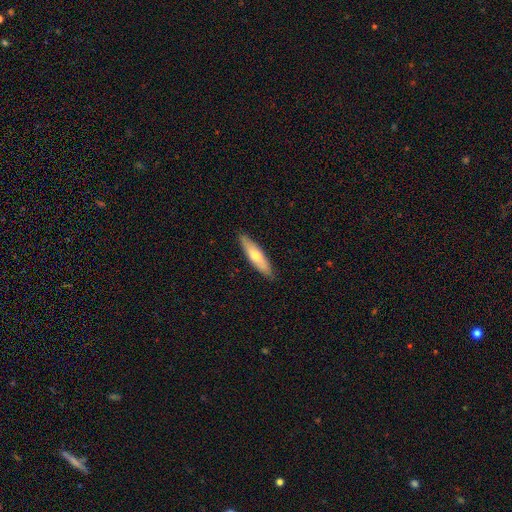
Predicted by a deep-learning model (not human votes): The model was most divided on "smooth or featured": smooth: 62%, featured or disk: 33%, star or artifact: 5%. More confident: merging — none (88%); how rounded — cigar-shaped (72%).